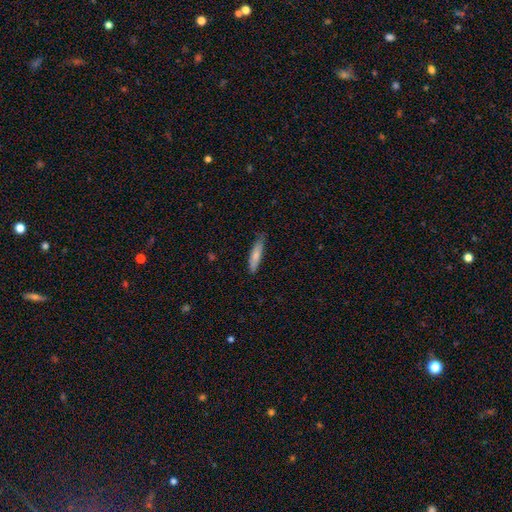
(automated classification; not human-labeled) Overall: smooth (76%). How rounded: cigar-shaped (79%). Merging: none (77%).